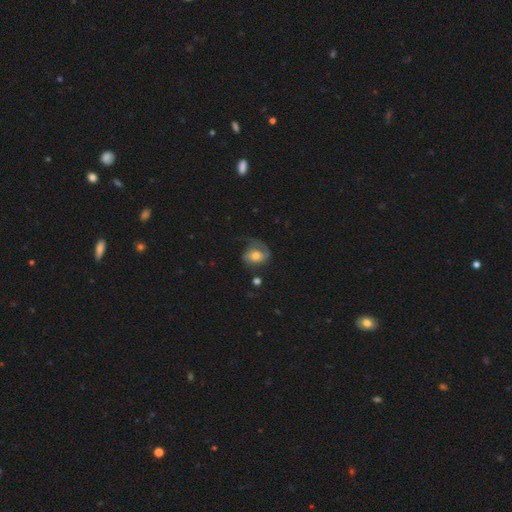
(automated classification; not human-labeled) This is possibly a featured or disk galaxy (58%). It is clearly not viewed edge-on (97%). Bar: likely no (69%). Spiral arm pattern: clearly yes (86%). Central bulge: possibly moderate (60%). Merging: marginally none (45%).